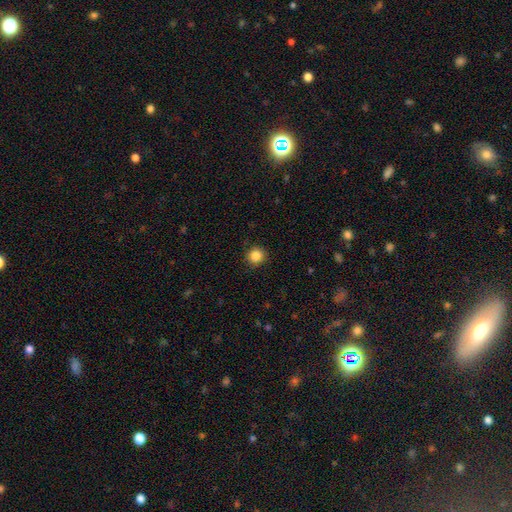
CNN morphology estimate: smooth_or_featured: smooth (p=0.86) [alt: star or artifact p=0.10]
how_rounded: round (p=0.93) [alt: in between p=0.06]
merging: none (p=0.91) [alt: minor disturbance p=0.06]